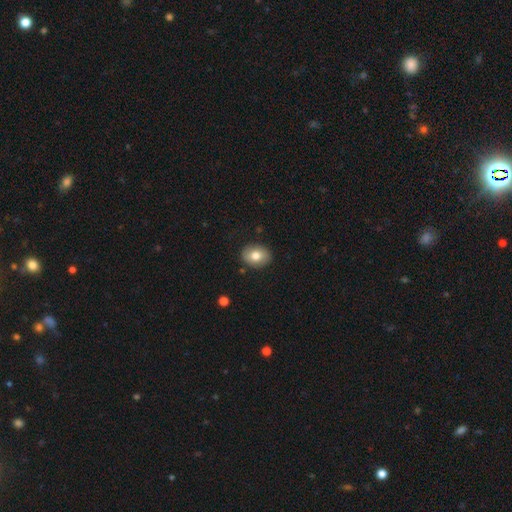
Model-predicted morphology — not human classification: A smooth galaxy with no disk features (78%) that is in between round and cigar-shaped (60%). Merging: none (88%).